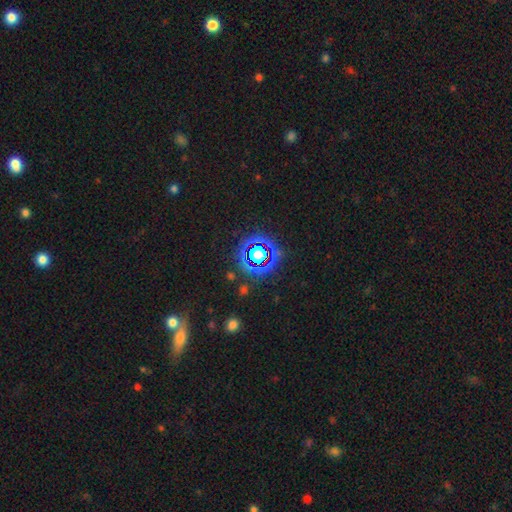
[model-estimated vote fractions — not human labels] Smooth or featured? Predicted: star or artifact (p=0.78).